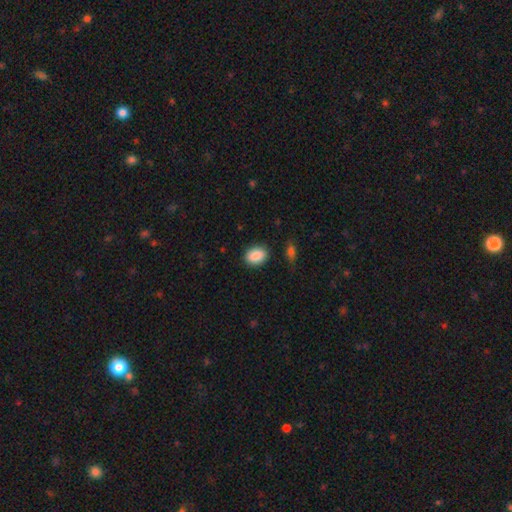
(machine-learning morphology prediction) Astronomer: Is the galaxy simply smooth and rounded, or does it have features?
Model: smooth — 88%.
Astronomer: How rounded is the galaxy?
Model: in between — 73%.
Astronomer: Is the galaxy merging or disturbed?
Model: none — 86%.